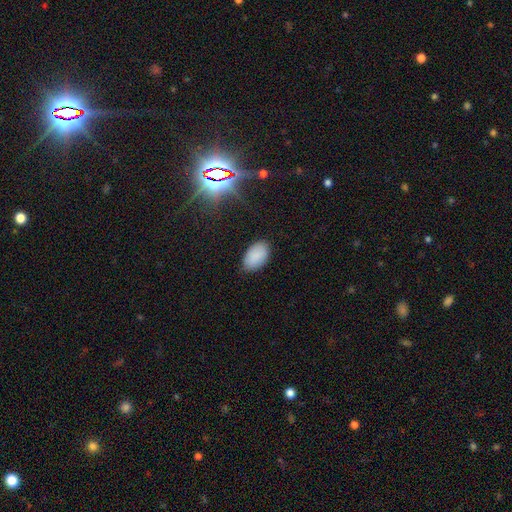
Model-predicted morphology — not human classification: Q: Smooth or featured?
A: smooth (87%); runner-up: star or artifact (9%)
Q: How rounded?
A: in between (93%); runner-up: round (5%)
Q: Merging?
A: none (83%); runner-up: minor disturbance (13%)